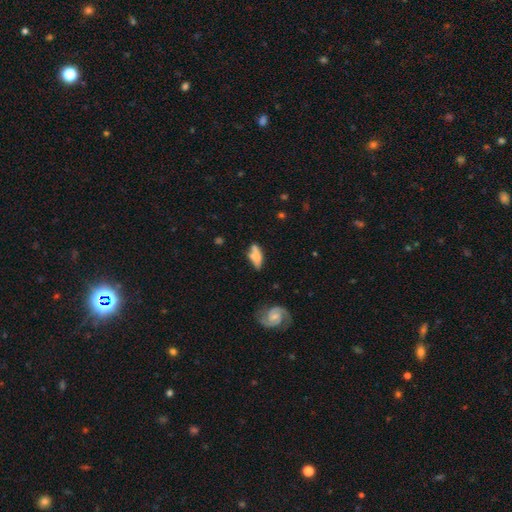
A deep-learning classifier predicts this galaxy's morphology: Smooth or featured? smooth (58%)
How rounded? in between (72%)
Merging? none (50%)